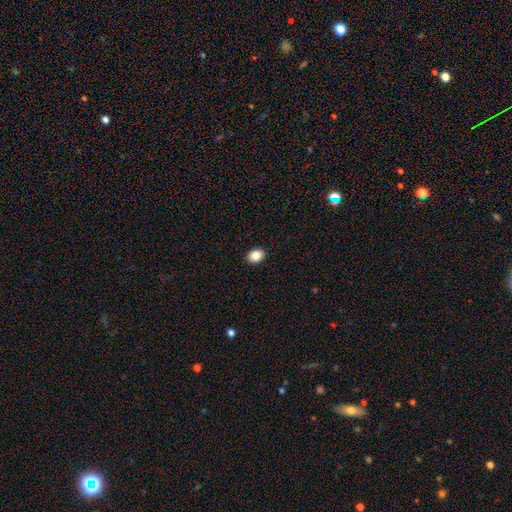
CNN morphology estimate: Overall: smooth (86%). How rounded: in between (66%; round 33%). Merging: none (91%).